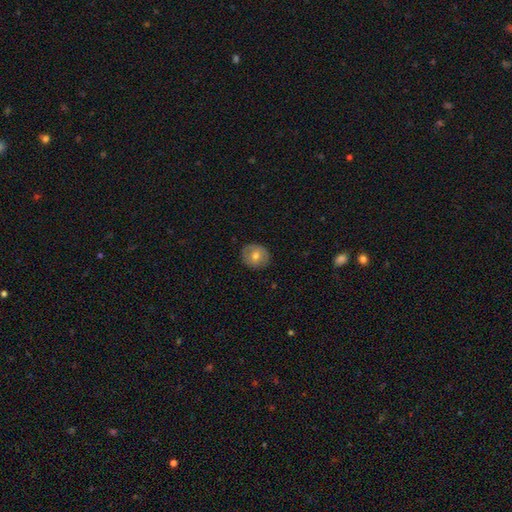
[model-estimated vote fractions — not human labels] A smooth galaxy with no disk features (67%) that is round (80%). Merging: none (86%).